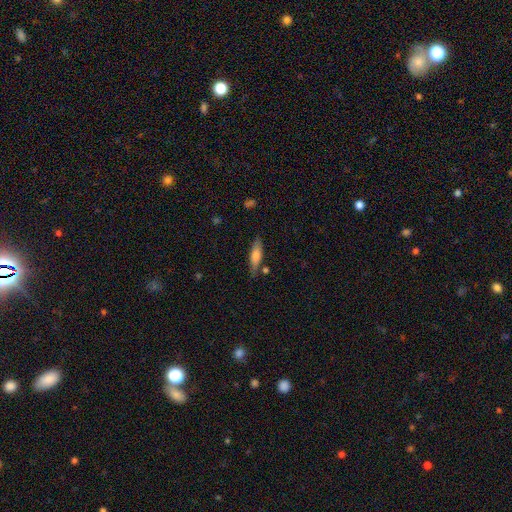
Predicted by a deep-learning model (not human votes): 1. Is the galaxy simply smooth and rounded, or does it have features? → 68% smooth, 26% featured or disk, 6% star or artifact.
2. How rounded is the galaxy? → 64% cigar-shaped, 34% in between, 2% round.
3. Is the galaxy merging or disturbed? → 78% none, 15% minor disturbance, 4% merger, 3% major disturbance.